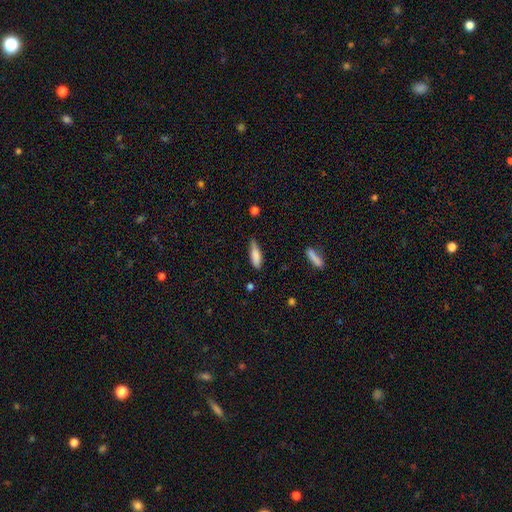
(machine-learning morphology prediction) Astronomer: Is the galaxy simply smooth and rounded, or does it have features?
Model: smooth — 79%.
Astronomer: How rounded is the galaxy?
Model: cigar-shaped — 51% (runner-up: in between, 47%).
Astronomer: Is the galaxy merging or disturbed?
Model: none — 65%.